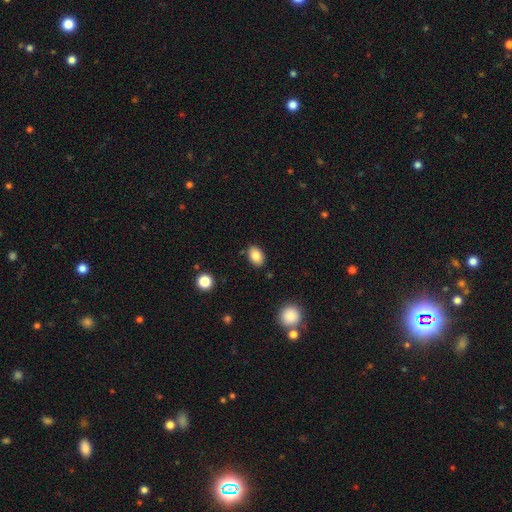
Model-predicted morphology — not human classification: This is clearly a smooth galaxy (84%). How rounded: clearly in between (84%). Merging: clearly none (85%).